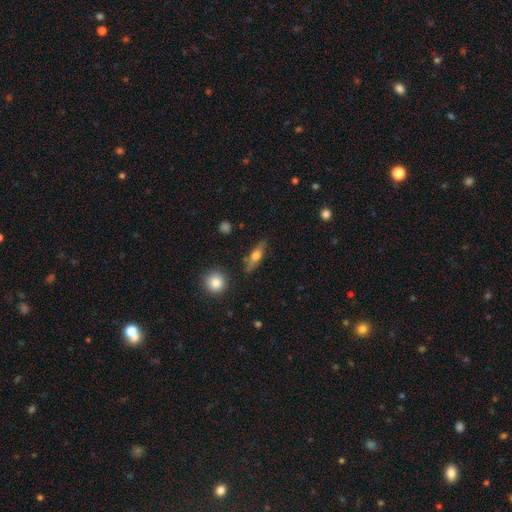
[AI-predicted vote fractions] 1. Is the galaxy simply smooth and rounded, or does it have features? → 47% featured or disk, 46% smooth, 7% star or artifact.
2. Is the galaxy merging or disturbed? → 81% none, 13% minor disturbance, 3% major disturbance, 3% merger.